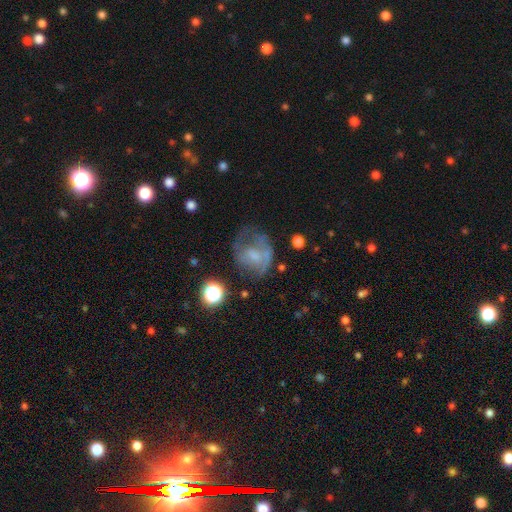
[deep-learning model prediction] The model was most divided on "smooth or featured": featured or disk: 46%, smooth: 39%, star or artifact: 15%. Remaining: merging — none (40%).